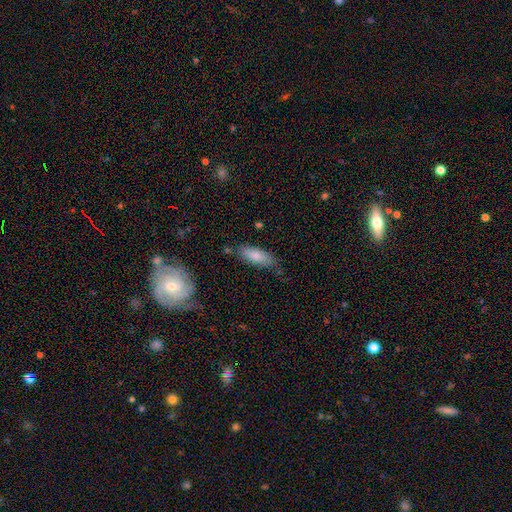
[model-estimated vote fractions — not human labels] Smooth or featured?
  - smooth: 80% *
  - featured or disk: 14%
  - star or artifact: 6%
How rounded?
  - in between: 66% *
  - cigar-shaped: 32%
  - round: 2%
Merging?
  - none: 71% *
  - minor disturbance: 20%
  - merger: 4%
  - major disturbance: 4%